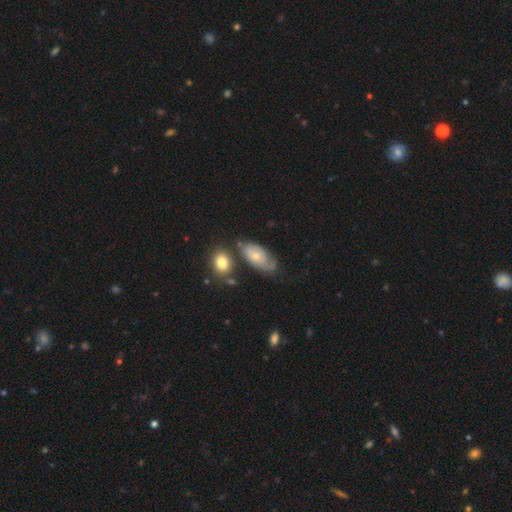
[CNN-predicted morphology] Smooth or featured? featured or disk (55%)
Edge-on disk? no (93%)
Bar? no (79%)
Spiral arms? yes (75%)
Bulge size? small (48%)
Merging? none (49%)